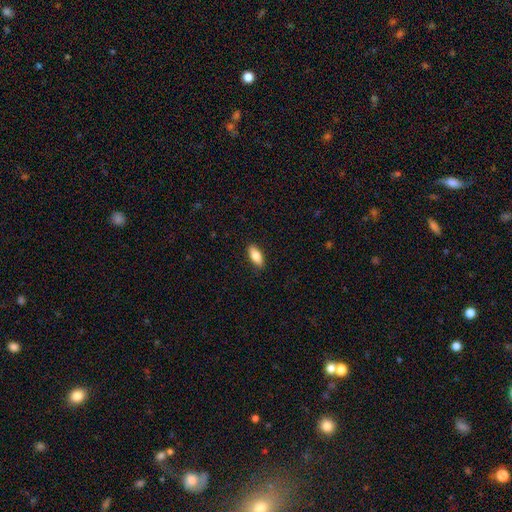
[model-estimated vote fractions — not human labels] Smooth or featured? Predicted: smooth (p=0.80). How rounded? Predicted: in between (p=0.82). Merging? Predicted: none (p=0.88).